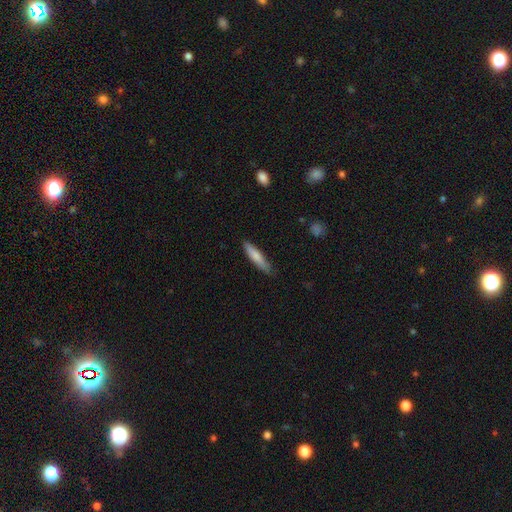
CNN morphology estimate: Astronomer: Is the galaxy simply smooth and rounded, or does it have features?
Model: smooth — 76%.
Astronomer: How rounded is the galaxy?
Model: cigar-shaped — 84%.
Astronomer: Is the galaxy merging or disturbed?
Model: none — 83%.